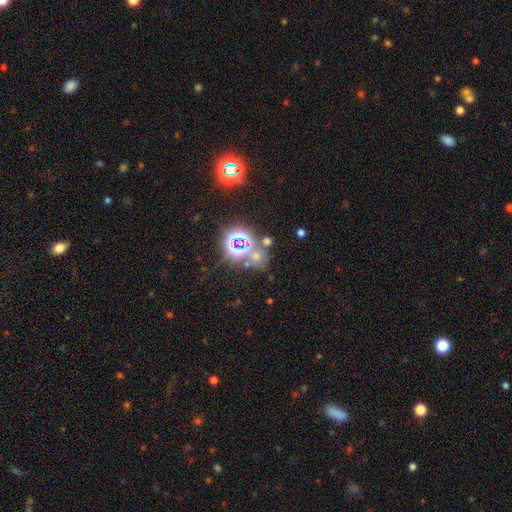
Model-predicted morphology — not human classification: Smooth or featured? star or artifact (64%)